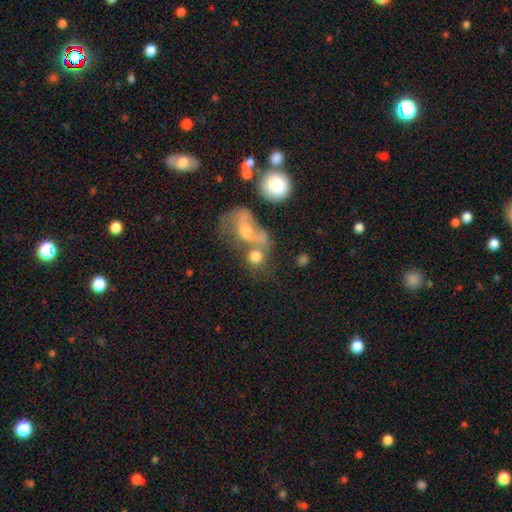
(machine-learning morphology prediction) A smooth galaxy with no disk features (59%) that is round (64%). Merging: merger (41%).